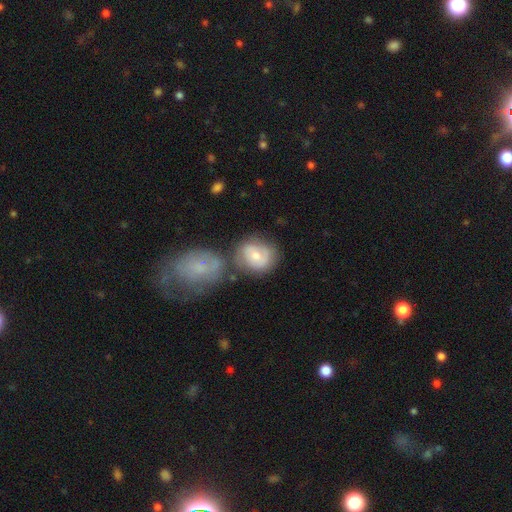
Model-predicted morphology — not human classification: A smooth galaxy with no disk features (50%) that is round (67%).

Vote fractions:
- Smooth or featured? smooth: 50% / featured or disk: 43% / star or artifact: 7%
- How rounded? round: 67% / in between: 32% / cigar-shaped: 1%
- Merging? none: 48% / merger: 26% / minor disturbance: 18% / major disturbance: 8%